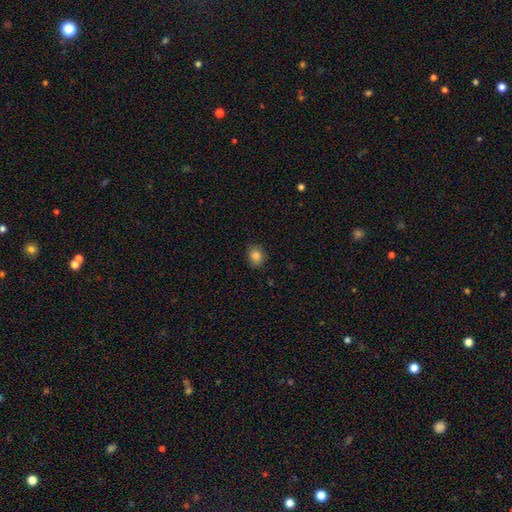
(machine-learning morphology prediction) Smooth or featured?
  - smooth: 84% *
  - star or artifact: 11%
  - featured or disk: 5%
How rounded?
  - round: 58% *
  - in between: 41%
  - cigar-shaped: 1%
Merging?
  - none: 85% *
  - minor disturbance: 12%
  - major disturbance: 2%
  - merger: 1%